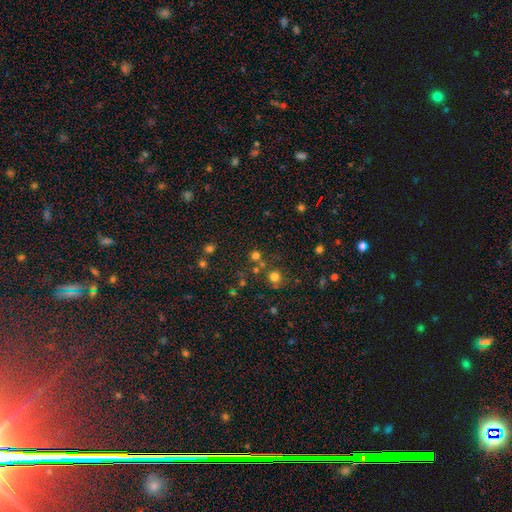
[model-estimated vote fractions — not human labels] Morphology: type=smooth (68%); roundness=round (91%); merging=none (72%).